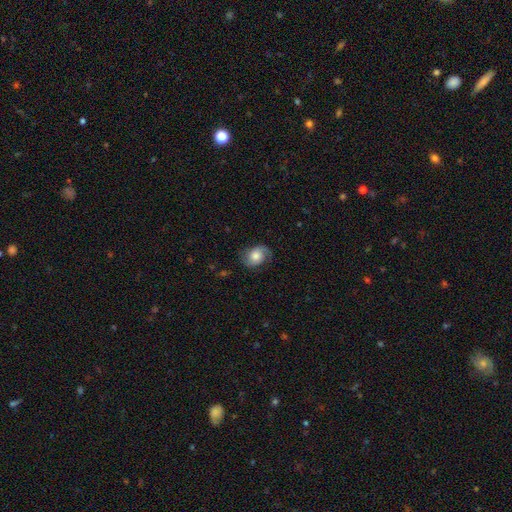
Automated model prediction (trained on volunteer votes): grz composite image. It shows a featured or disk galaxy (50%). Merging: none (70%).